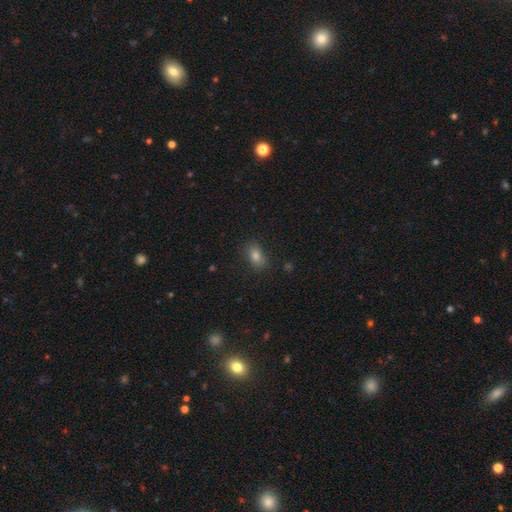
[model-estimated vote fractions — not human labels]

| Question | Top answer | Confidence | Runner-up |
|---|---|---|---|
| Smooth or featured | smooth | 78% | star or artifact (15%) |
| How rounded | in between | 79% | round (18%) |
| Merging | none | 83% | minor disturbance (13%) |